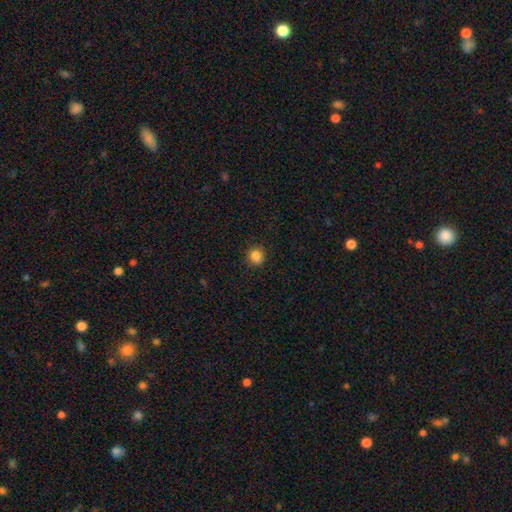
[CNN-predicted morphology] Overall: smooth (85%). How rounded: round (85%). Merging: none (86%).